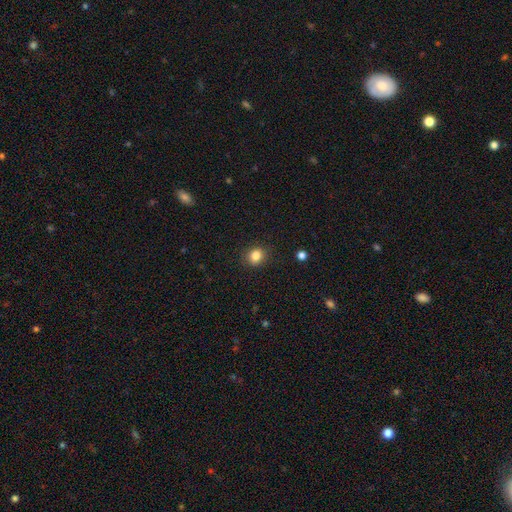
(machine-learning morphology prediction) A smooth galaxy with no disk features (83%) that is round (74%). Merging: none (88%).